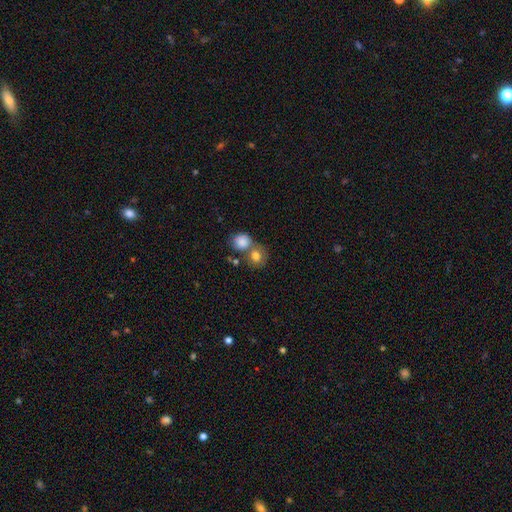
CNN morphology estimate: smooth 79%, featured or disk 12%, star or artifact 9%. Down the decision tree: how rounded — round (70%); merging — merger (50%).